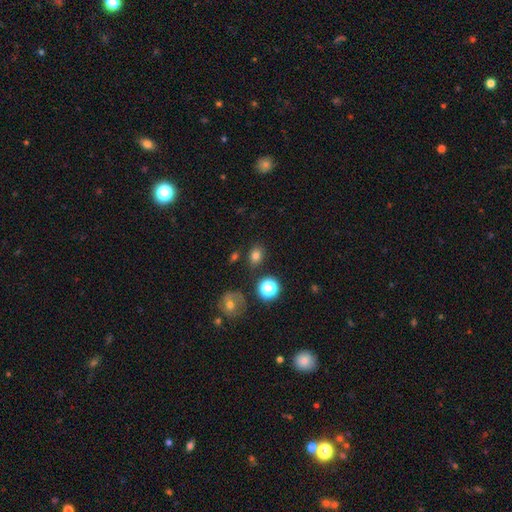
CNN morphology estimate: The model was most divided on "how rounded": in between: 54%, round: 45%, cigar-shaped: 1%. More confident: merging — none (82%); smooth or featured — smooth (78%).